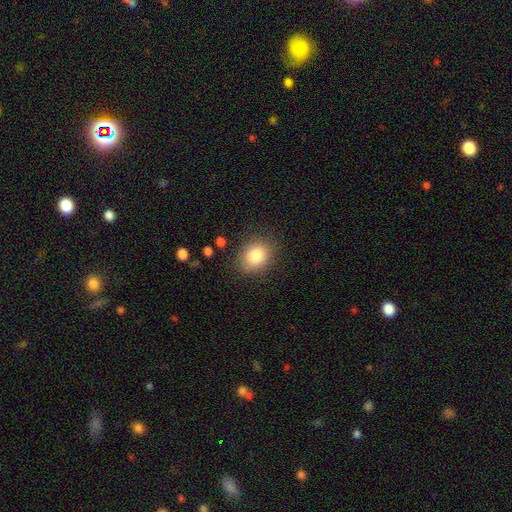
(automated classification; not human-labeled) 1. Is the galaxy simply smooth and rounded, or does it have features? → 83% smooth, 9% star or artifact, 8% featured or disk.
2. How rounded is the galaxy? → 57% round, 42% in between, 1% cigar-shaped.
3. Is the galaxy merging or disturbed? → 84% none, 11% minor disturbance, 3% major disturbance, 1% merger.